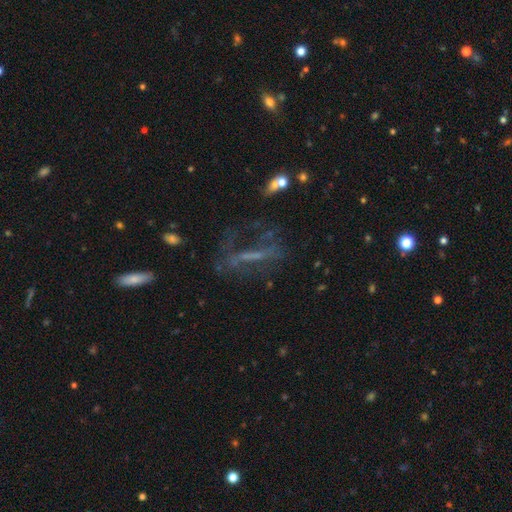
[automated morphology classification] A featured or disk galaxy (50%).

Vote fractions:
- Smooth or featured? featured or disk: 50% / star or artifact: 27% / smooth: 23%
- Edge-on disk? no: 70% / yes: 30%
- Merging? none: 50% / major disturbance: 27% / minor disturbance: 18% / merger: 4%